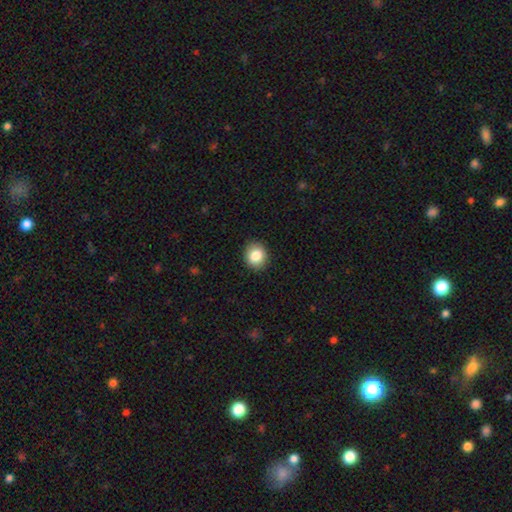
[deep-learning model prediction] Overall: smooth (84%). How rounded: round (69%; in between 30%). Merging: none (90%).